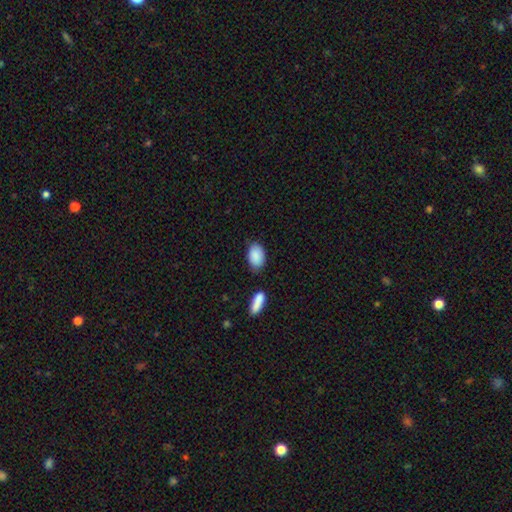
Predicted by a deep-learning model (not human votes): Morphology: type=smooth (89%); roundness=in between (91%); merging=none (75%).